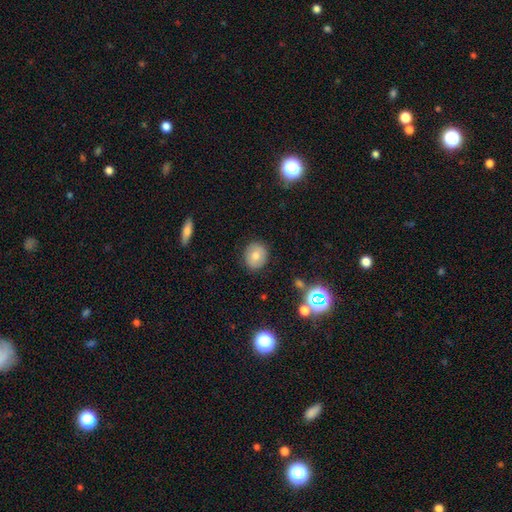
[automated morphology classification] The model was most divided on "how rounded": round: 71%, in between: 28%, cigar-shaped: 1%. More confident: merging — none (88%); smooth or featured — smooth (74%).